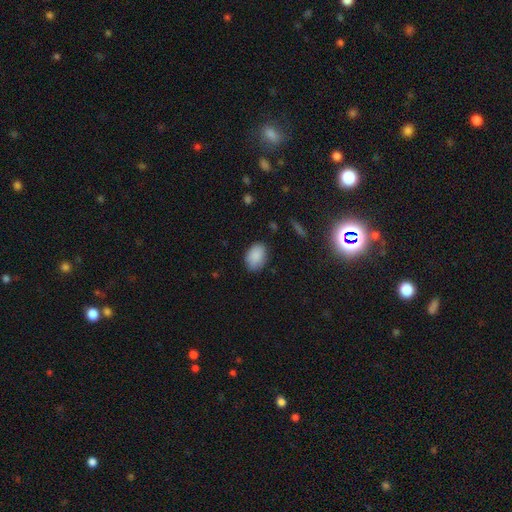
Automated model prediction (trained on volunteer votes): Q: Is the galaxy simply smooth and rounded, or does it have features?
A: smooth — 89%.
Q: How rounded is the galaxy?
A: in between — 84%.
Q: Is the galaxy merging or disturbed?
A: none — 82%.